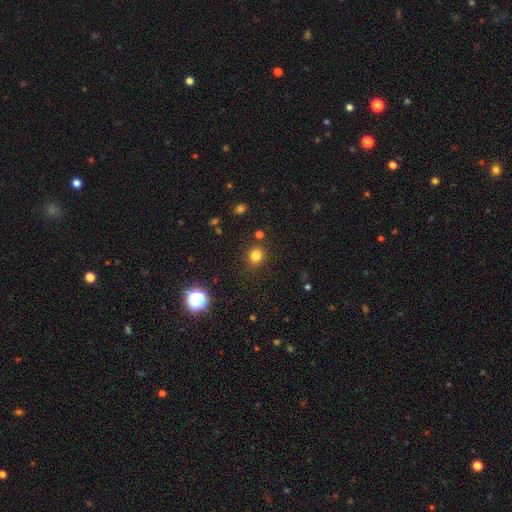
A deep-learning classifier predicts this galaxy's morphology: Smooth or featured?
  - smooth: 79% *
  - star or artifact: 16%
  - featured or disk: 5%
How rounded?
  - round: 87% *
  - in between: 13%
  - cigar-shaped: 1%
Merging?
  - none: 86% *
  - minor disturbance: 7%
  - merger: 3%
  - major disturbance: 3%